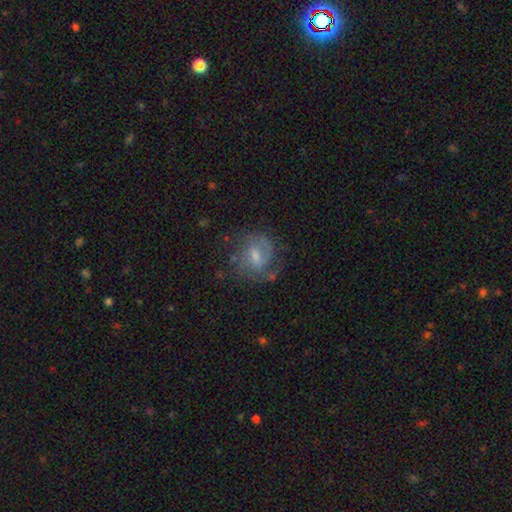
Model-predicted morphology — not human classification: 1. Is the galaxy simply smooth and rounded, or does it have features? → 56% featured or disk, 36% smooth, 9% star or artifact.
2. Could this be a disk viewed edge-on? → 96% no, 4% yes.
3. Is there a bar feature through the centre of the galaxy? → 57% weak, 26% no, 17% strong.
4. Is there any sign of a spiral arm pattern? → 74% yes, 26% no.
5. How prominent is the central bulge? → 47% moderate, 36% small, 10% none, 6% large, 1% dominant.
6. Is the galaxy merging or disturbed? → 59% none, 24% minor disturbance, 15% major disturbance, 3% merger.